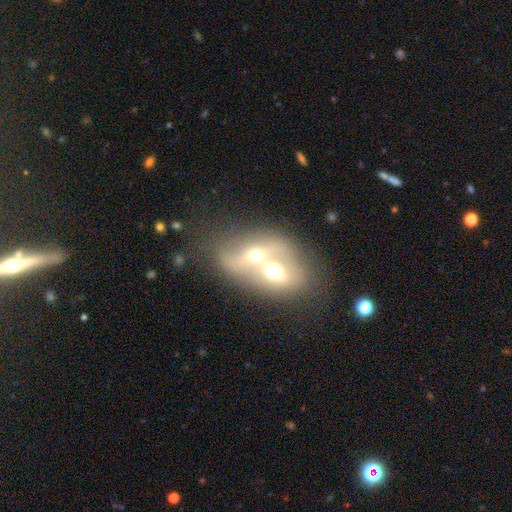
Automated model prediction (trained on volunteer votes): smooth_or_featured: featured or disk (p=0.46) [alt: smooth p=0.43]
merging: merger (p=0.78) [alt: none p=0.11]